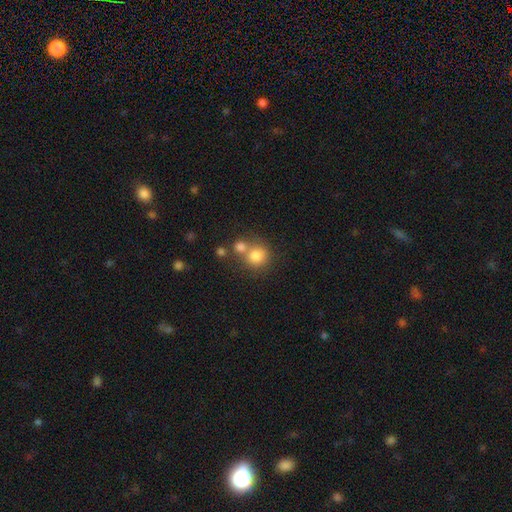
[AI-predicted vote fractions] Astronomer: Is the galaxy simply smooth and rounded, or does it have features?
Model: smooth — 79%.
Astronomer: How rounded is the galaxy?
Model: round — 88%.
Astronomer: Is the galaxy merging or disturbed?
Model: none — 51% (runner-up: merger, 36%).